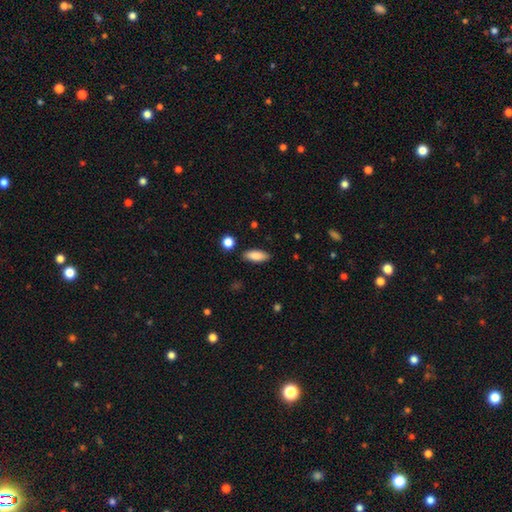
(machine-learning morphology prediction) smooth-or-featured: smooth: 87% | star or artifact: 7% | featured or disk: 7%
  how-rounded: in between: 77% | cigar-shaped: 21% | round: 2%
  merging: none: 87% | minor disturbance: 9% | major disturbance: 2% | merger: 2%